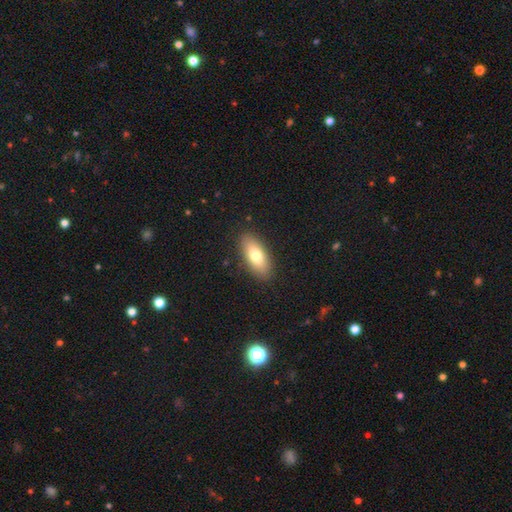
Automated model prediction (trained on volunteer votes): Smooth or featured: smooth — 75% (featured or disk — 18%)
How rounded: in between — 83% (cigar-shaped — 14%)
Merging: none — 88% (minor disturbance — 9%)